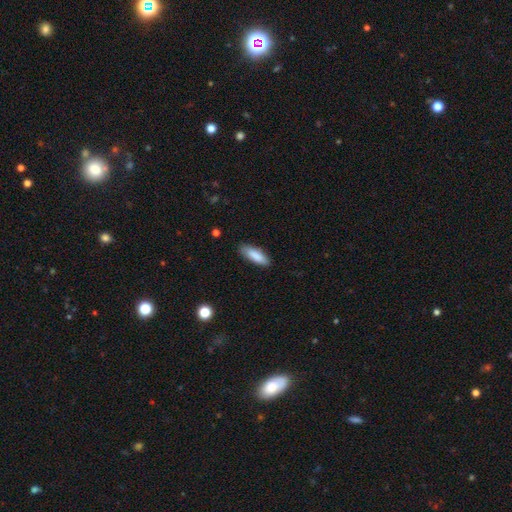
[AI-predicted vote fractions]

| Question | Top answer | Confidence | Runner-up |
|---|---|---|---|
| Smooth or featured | smooth | 87% | featured or disk (7%) |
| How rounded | in between | 56% | cigar-shaped (43%) |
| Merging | none | 85% | minor disturbance (11%) |